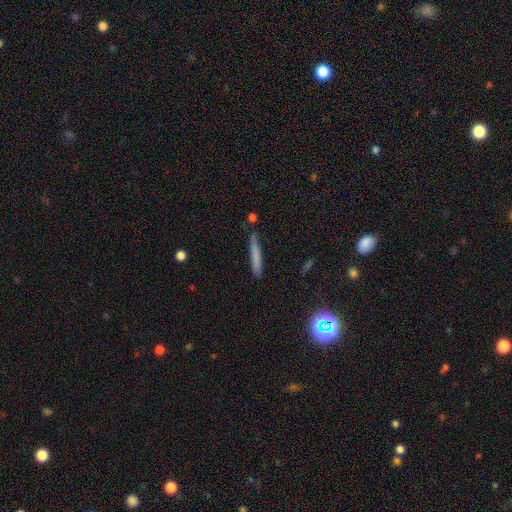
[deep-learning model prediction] Smooth or featured? Predicted: smooth (p=0.70). How rounded? Predicted: cigar-shaped (p=0.94). Merging? Predicted: none (p=0.76).